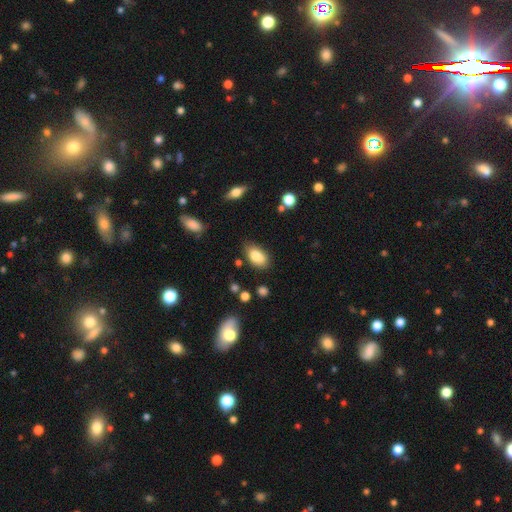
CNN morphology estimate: Smooth or featured: smooth — 83% (featured or disk — 9%)
How rounded: in between — 91% (round — 6%)
Merging: none — 73% (minor disturbance — 19%)